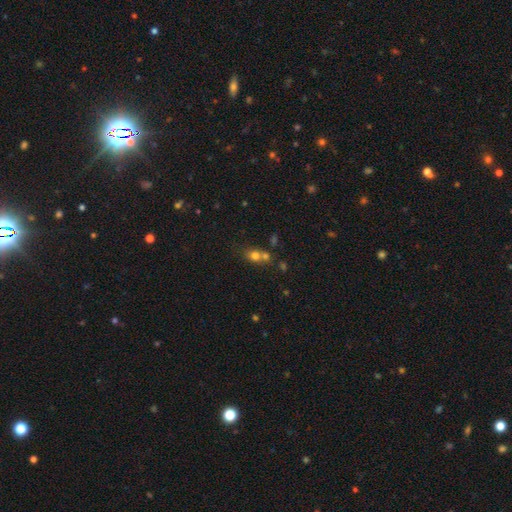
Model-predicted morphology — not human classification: Smooth or featured?
  - smooth: 72% *
  - star or artifact: 15%
  - featured or disk: 13%
How rounded?
  - round: 56% *
  - in between: 41%
  - cigar-shaped: 2%
Merging?
  - merger: 48% *
  - none: 39%
  - minor disturbance: 9%
  - major disturbance: 4%